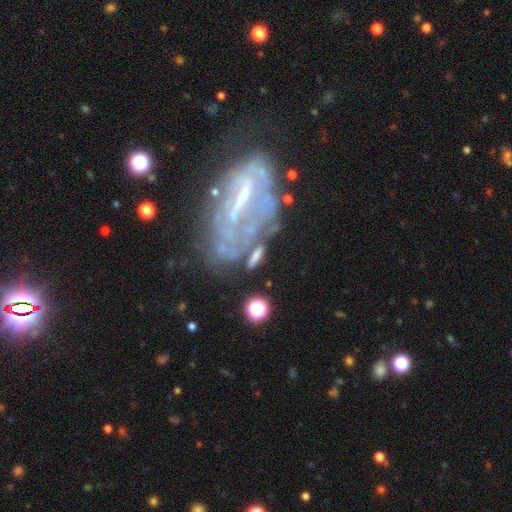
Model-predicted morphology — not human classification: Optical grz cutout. It shows a smooth galaxy with no disk features (48%). Merging: none (51%).